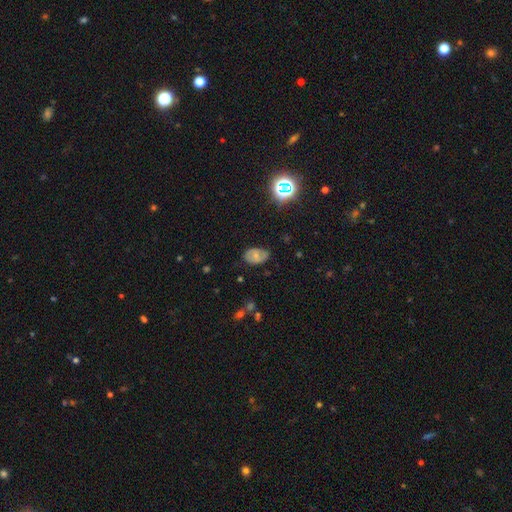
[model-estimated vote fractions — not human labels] Q: Smooth or featured?
A: smooth (53%); runner-up: featured or disk (34%)
Q: How rounded?
A: in between (85%); runner-up: round (14%)
Q: Merging?
A: none (69%); runner-up: minor disturbance (24%)